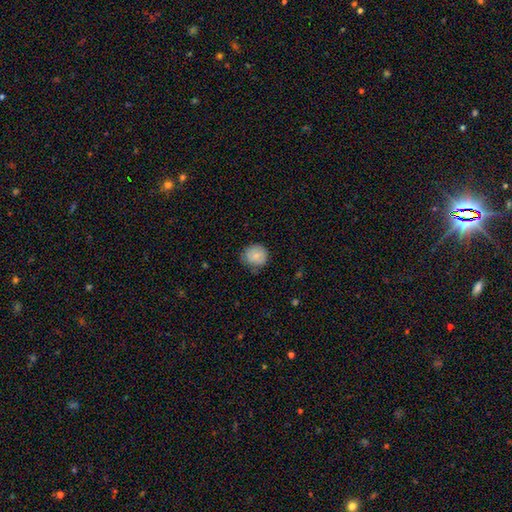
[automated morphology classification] This is clearly a smooth galaxy (83%). How rounded: clearly round (87%). Merging: likely none (70%).